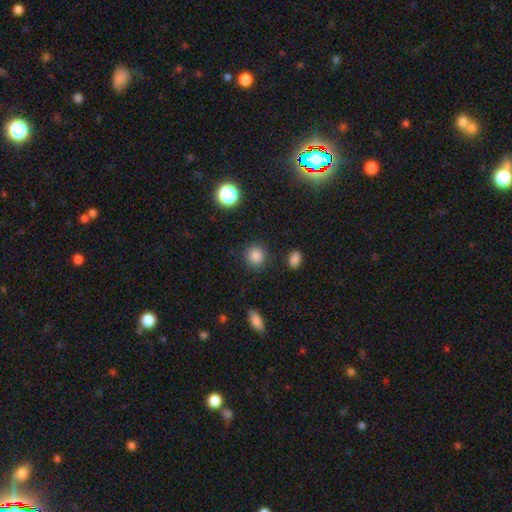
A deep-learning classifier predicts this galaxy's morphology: smooth_or_featured: smooth (p=0.85) [alt: star or artifact p=0.11]
how_rounded: round (p=0.89) [alt: in between p=0.10]
merging: none (p=0.88) [alt: minor disturbance p=0.07]